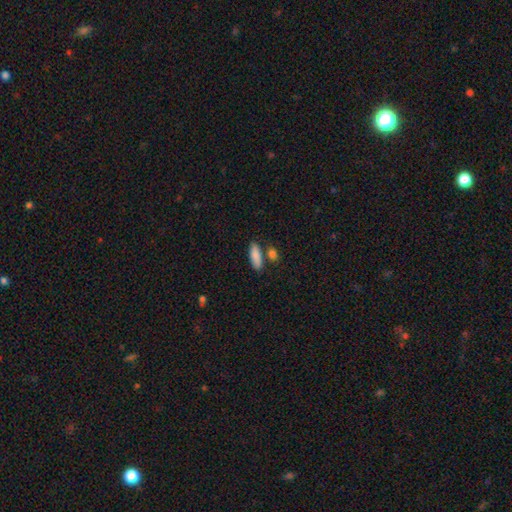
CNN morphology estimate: Q: Smooth or featured?
A: smooth (88%); runner-up: featured or disk (6%)
Q: How rounded?
A: in between (61%); runner-up: cigar-shaped (36%)
Q: Merging?
A: none (71%); runner-up: merger (14%)